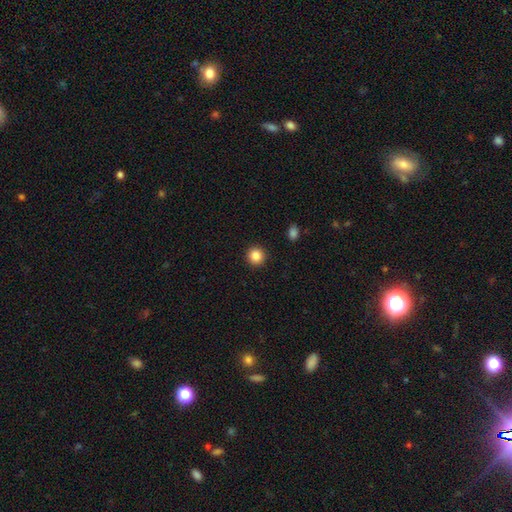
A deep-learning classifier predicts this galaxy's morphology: Smooth or featured? smooth (86%)
How rounded? round (94%)
Merging? none (93%)